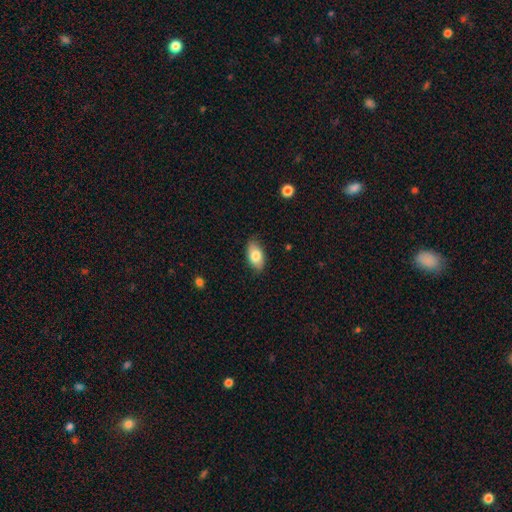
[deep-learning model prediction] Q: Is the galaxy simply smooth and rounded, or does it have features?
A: smooth — 80%.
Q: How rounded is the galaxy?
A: in between — 92%.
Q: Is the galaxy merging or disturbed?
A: none — 85%.